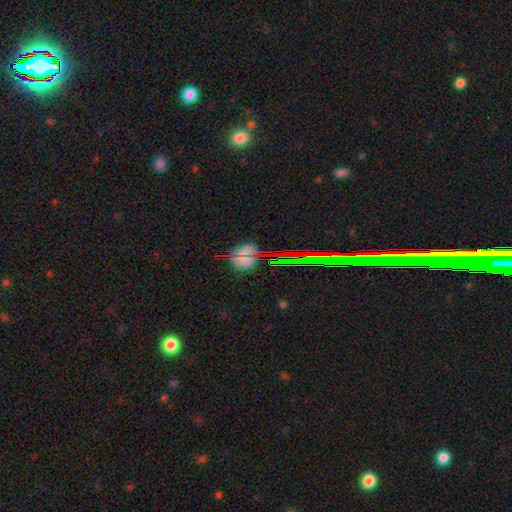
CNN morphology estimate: Q: Smooth or featured?
A: star or artifact (55%); runner-up: smooth (23%)